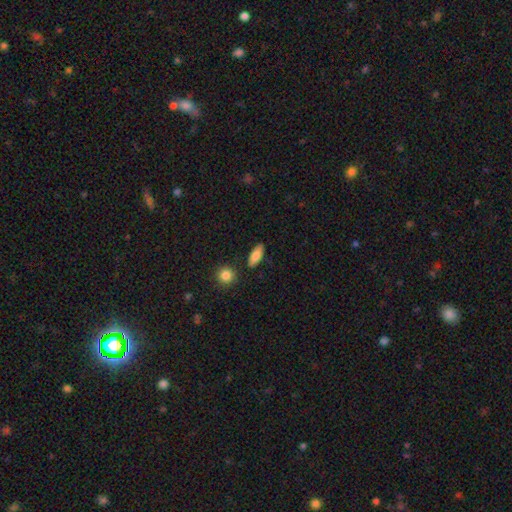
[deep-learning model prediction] smooth 79%, featured or disk 14%, star or artifact 7%. Down the decision tree: how rounded — in between (79%); merging — none (85%).